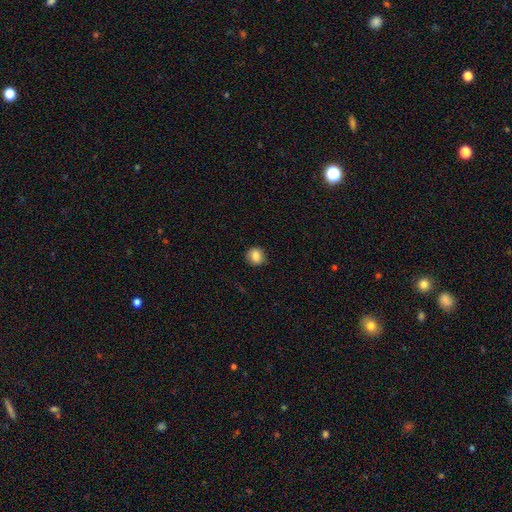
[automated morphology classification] Smooth or featured? Predicted: smooth (p=0.84). How rounded? Predicted: round (p=0.81). Merging? Predicted: none (p=0.86).